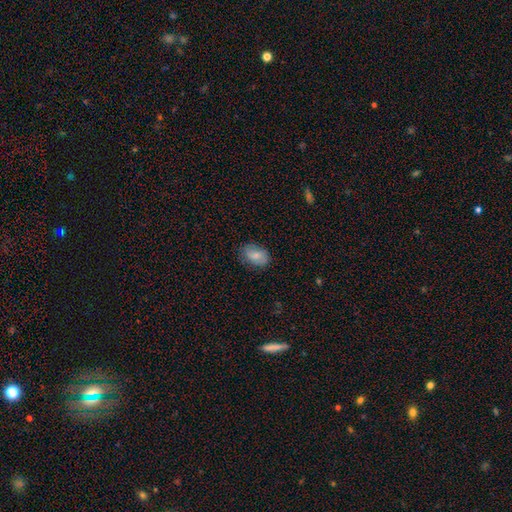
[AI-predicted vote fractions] A smooth galaxy with no disk features (80%) that is in between round and cigar-shaped (85%).

Vote fractions:
- Smooth or featured? smooth: 80% / featured or disk: 13% / star or artifact: 7%
- How rounded? in between: 85% / round: 14% / cigar-shaped: 1%
- Merging? none: 78% / minor disturbance: 17% / major disturbance: 4% / merger: 1%